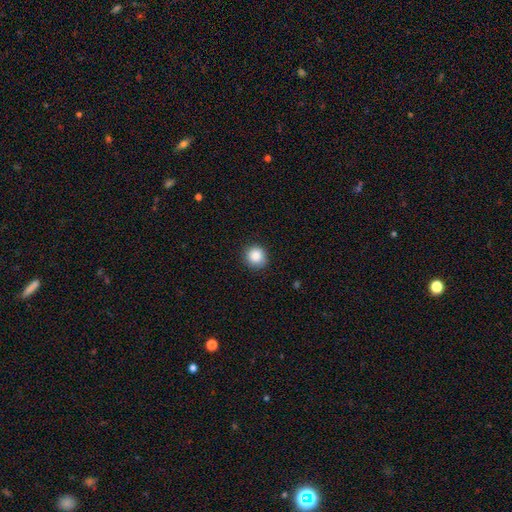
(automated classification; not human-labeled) Smooth or featured?
  - smooth: 87% *
  - star or artifact: 9%
  - featured or disk: 4%
How rounded?
  - round: 93% *
  - in between: 6%
  - cigar-shaped: 1%
Merging?
  - none: 89% *
  - minor disturbance: 8%
  - major disturbance: 2%
  - merger: 1%